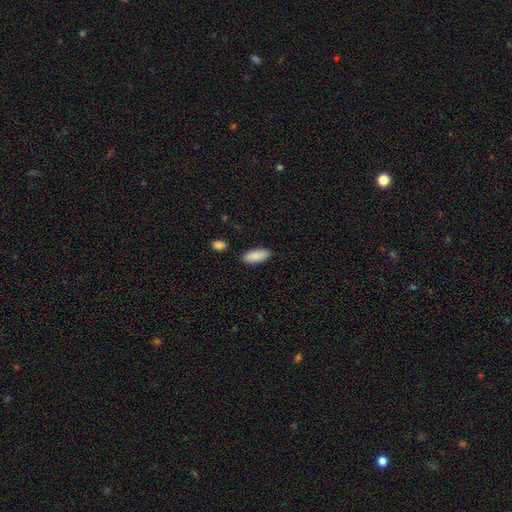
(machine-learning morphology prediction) A smooth galaxy with no disk features (89%) that is in between round and cigar-shaped (82%).

Vote fractions:
- Smooth or featured? smooth: 89% / star or artifact: 6% / featured or disk: 5%
- How rounded? in between: 82% / cigar-shaped: 16% / round: 2%
- Merging? none: 84% / minor disturbance: 11% / merger: 3% / major disturbance: 2%